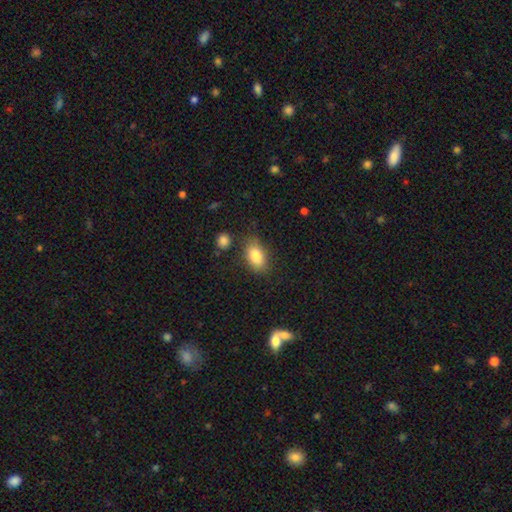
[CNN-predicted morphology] Overall: smooth (84%). How rounded: in between (89%). Merging: none (75%).